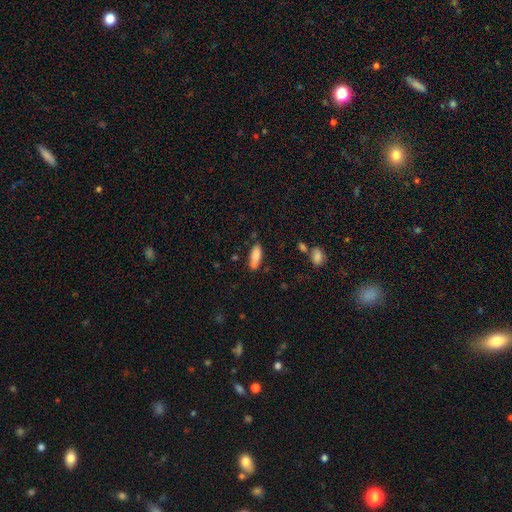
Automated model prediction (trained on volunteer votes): Smooth or featured?
  - smooth: 84% *
  - featured or disk: 9%
  - star or artifact: 7%
How rounded?
  - in between: 66% *
  - cigar-shaped: 33%
  - round: 2%
Merging?
  - none: 71% *
  - minor disturbance: 19%
  - merger: 5%
  - major disturbance: 4%